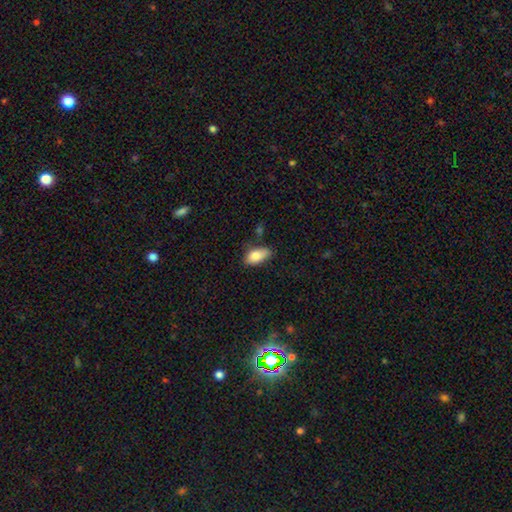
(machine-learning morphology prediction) smooth-or-featured: smooth: 83% | featured or disk: 9% | star or artifact: 7%
  how-rounded: in between: 91% | cigar-shaped: 5% | round: 4%
  merging: none: 60% | minor disturbance: 29% | major disturbance: 6% | merger: 5%